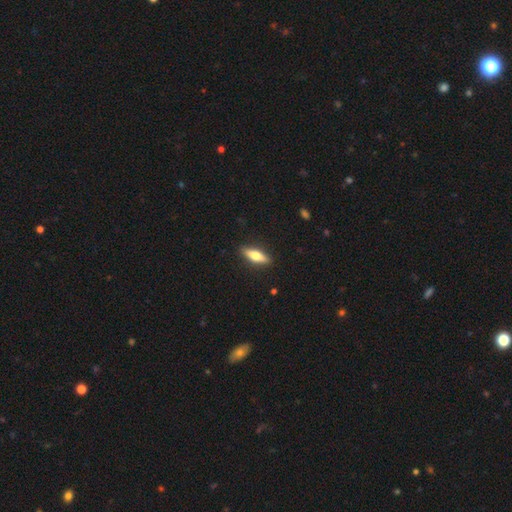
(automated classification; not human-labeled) Smooth or featured: smooth — 58% (featured or disk — 36%)
How rounded: cigar-shaped — 52% (in between — 45%)
Merging: none — 89% (minor disturbance — 8%)